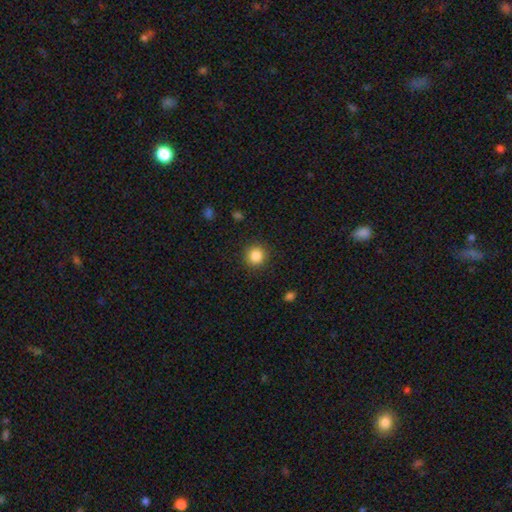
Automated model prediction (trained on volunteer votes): This appears to be a smooth galaxy with no disk features (85%) that is round (93%). Merging: none (91%).